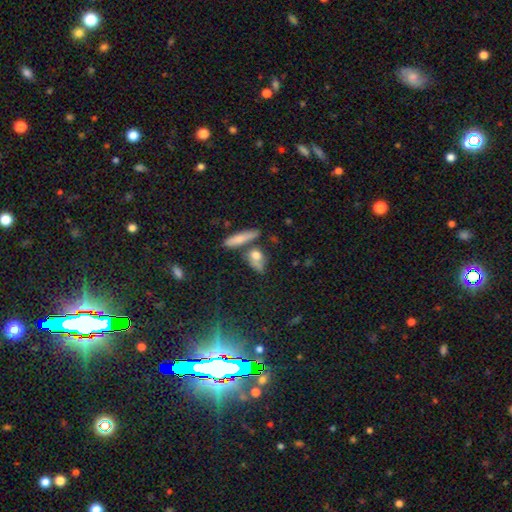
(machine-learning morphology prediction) smooth_or_featured: smooth (p=0.68) [alt: featured or disk p=0.20]
how_rounded: in between (p=0.51) [alt: round p=0.27]
merging: none (p=0.52) [alt: merger p=0.22]